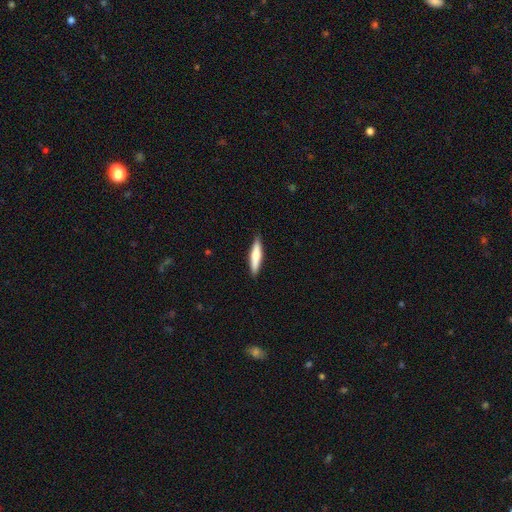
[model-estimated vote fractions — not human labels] Smooth or featured?
  - smooth: 64% *
  - featured or disk: 31%
  - star or artifact: 5%
How rounded?
  - cigar-shaped: 83% *
  - in between: 16%
  - round: 1%
Merging?
  - none: 89% *
  - minor disturbance: 8%
  - major disturbance: 2%
  - merger: 1%